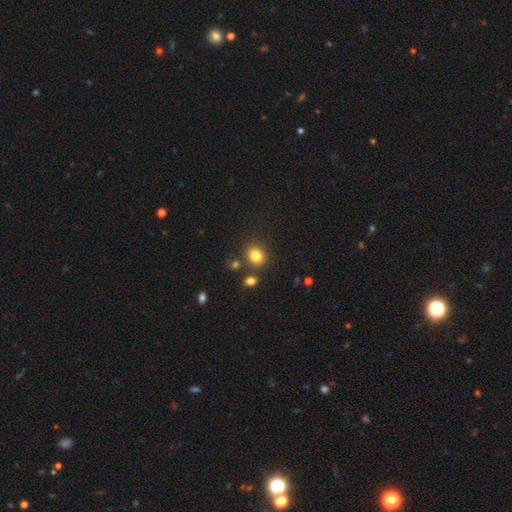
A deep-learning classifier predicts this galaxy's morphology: Q: Smooth or featured?
A: smooth (82%); runner-up: star or artifact (12%)
Q: How rounded?
A: round (74%); runner-up: in between (25%)
Q: Merging?
A: none (80%); runner-up: minor disturbance (9%)